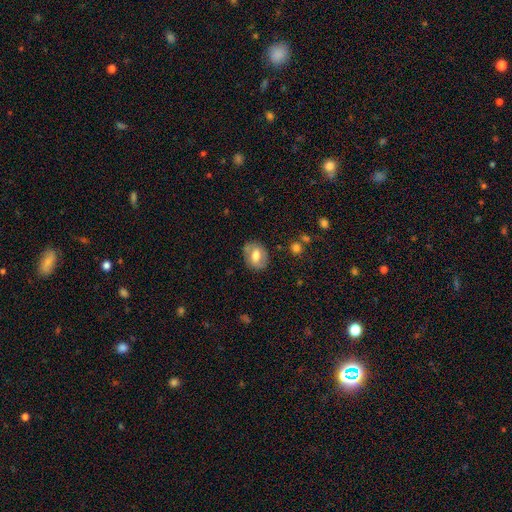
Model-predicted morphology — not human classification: smooth 53%, featured or disk 39%, star or artifact 7%. Down the decision tree: how rounded — in between (61%); merging — none (76%).